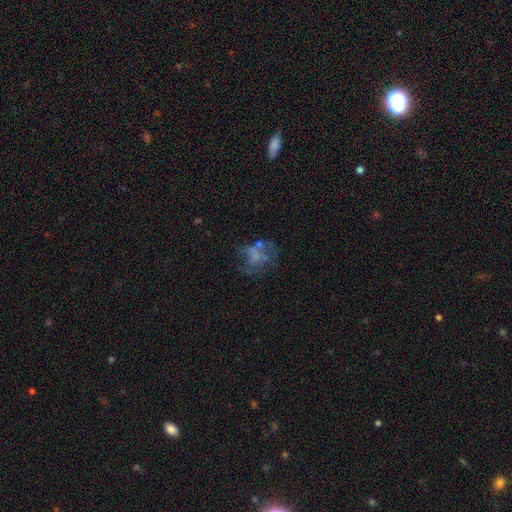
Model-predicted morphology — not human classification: Smooth or featured? Predicted: featured or disk (p=0.50). Merging? Predicted: none (p=0.38).